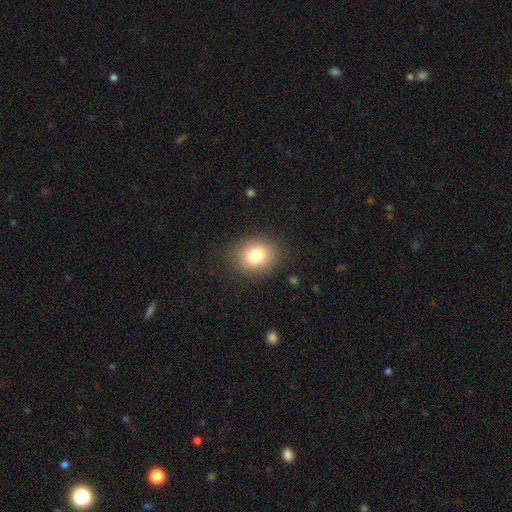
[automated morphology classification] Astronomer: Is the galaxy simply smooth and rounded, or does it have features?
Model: smooth — 79%.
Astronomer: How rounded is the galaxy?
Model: round — 68%.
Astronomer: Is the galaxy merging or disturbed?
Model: none — 88%.